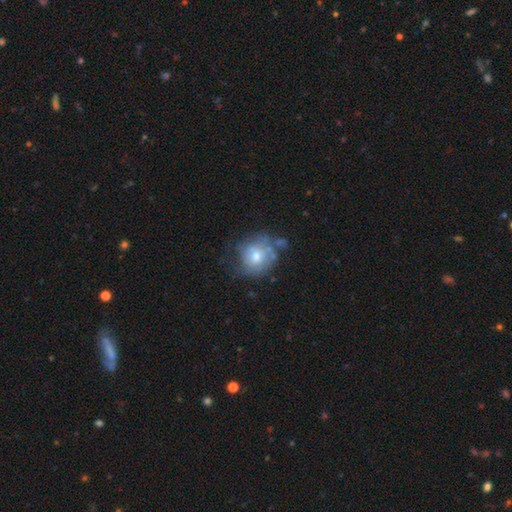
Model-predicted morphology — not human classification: The model was most divided on "smooth or featured": smooth: 52%, featured or disk: 38%, star or artifact: 10%. More confident: how rounded — round (83%); merging — none (51%).